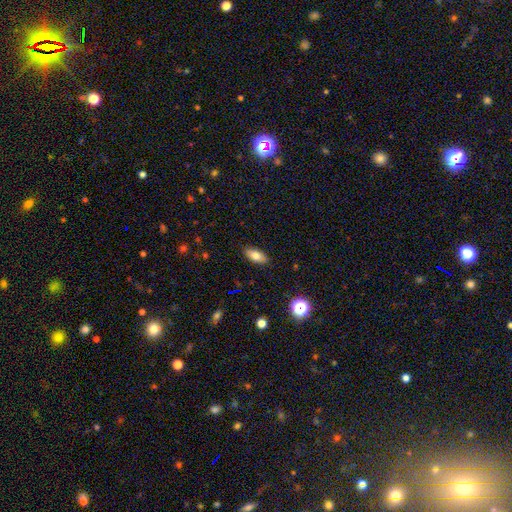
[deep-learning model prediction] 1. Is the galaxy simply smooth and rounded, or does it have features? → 77% smooth, 14% featured or disk, 9% star or artifact.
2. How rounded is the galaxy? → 84% in between, 12% cigar-shaped, 3% round.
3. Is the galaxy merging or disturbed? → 88% none, 9% minor disturbance, 2% major disturbance, 1% merger.